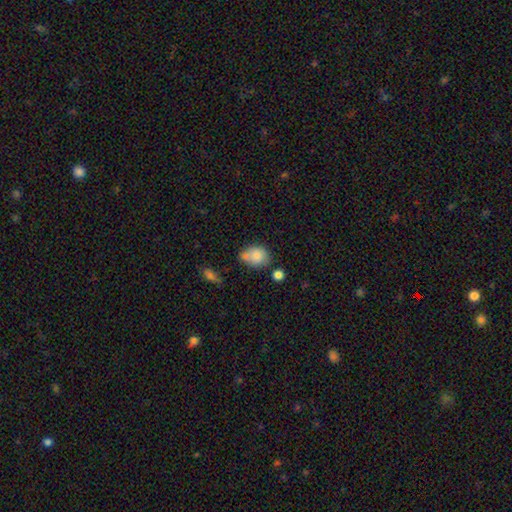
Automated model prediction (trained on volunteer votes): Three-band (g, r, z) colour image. It shows a smooth galaxy with no disk features (80%) that is in between round and cigar-shaped (59%). Merging: none (49%).